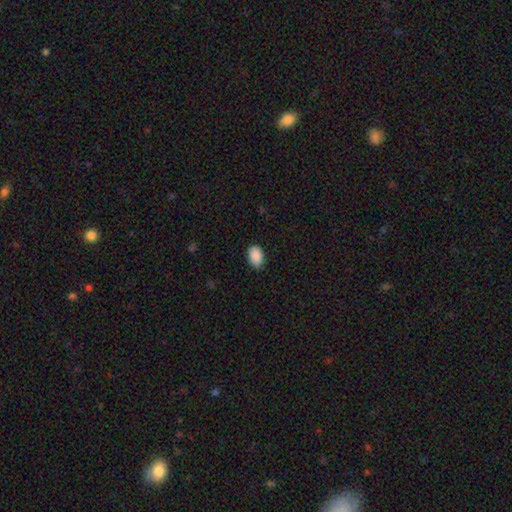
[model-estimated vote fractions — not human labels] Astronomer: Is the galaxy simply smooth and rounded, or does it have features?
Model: smooth — 90%.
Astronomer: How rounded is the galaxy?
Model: in between — 87%.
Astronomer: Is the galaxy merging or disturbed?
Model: none — 85%.